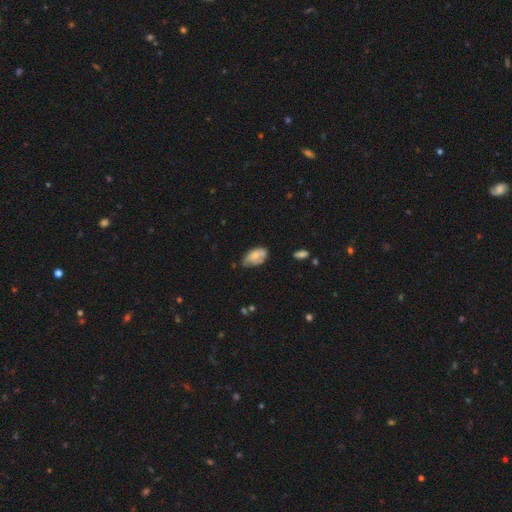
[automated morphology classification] This appears to be a smooth galaxy with no disk features (62%) that is in between round and cigar-shaped (92%). Merging: none (46%).